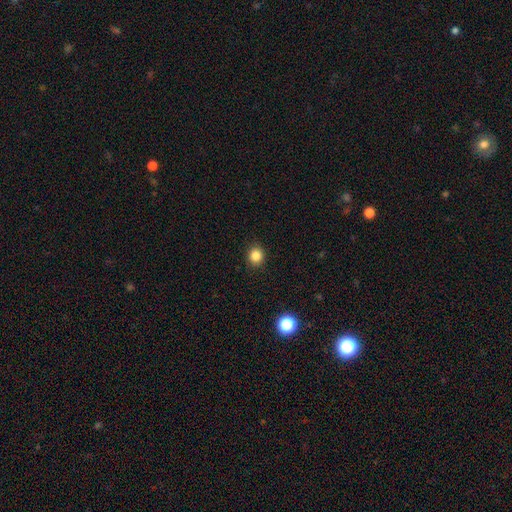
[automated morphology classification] A smooth galaxy with no disk features (84%) that is round (80%). Merging: none (91%).